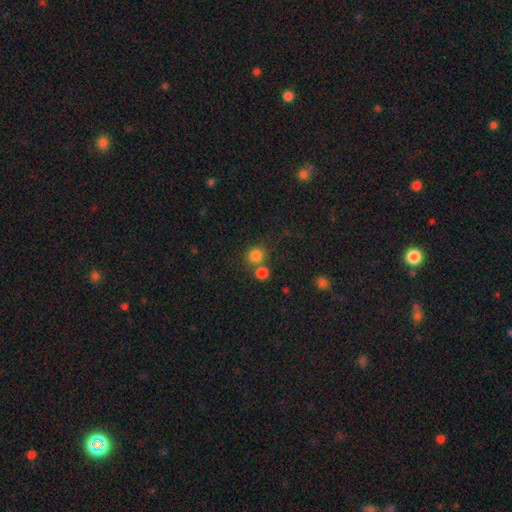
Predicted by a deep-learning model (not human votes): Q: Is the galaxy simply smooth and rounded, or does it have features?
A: smooth — 82%.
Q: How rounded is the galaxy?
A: round — 84%.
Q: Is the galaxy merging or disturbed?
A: none — 63%.